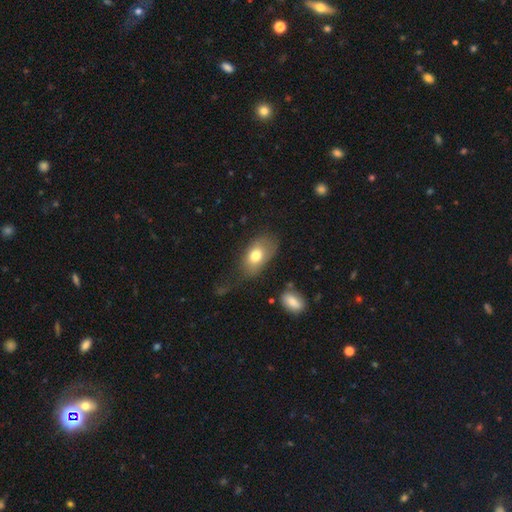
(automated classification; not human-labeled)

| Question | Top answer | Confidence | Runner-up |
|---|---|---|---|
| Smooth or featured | smooth | 73% | featured or disk (18%) |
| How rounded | in between | 88% | round (10%) |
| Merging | none | 51% | minor disturbance (28%) |